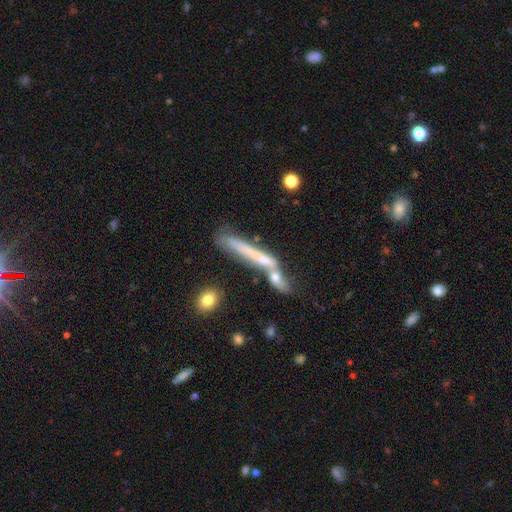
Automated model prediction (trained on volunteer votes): Smooth or featured?
  - featured or disk: 49% *
  - smooth: 40%
  - star or artifact: 10%
Merging?
  - none: 50% *
  - merger: 23%
  - minor disturbance: 18%
  - major disturbance: 9%